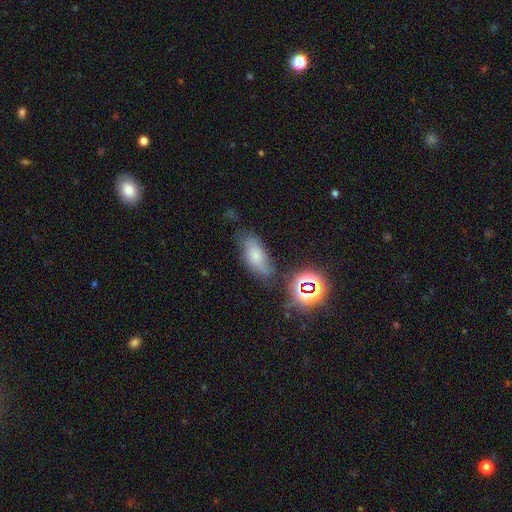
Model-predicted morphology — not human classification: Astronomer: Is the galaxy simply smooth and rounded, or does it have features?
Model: smooth — 60%.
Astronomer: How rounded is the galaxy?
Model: in between — 83%.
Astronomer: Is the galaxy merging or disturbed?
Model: none — 55%.